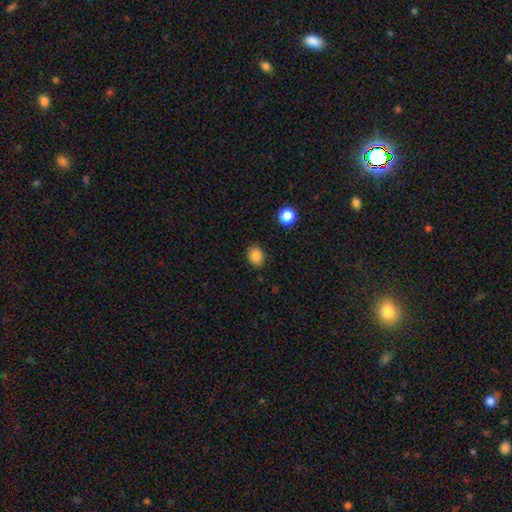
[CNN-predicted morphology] A smooth galaxy with no disk features (86%) that is round (52%).

Vote fractions:
- Smooth or featured? smooth: 86% / star or artifact: 10% / featured or disk: 4%
- How rounded? round: 52% / in between: 47% / cigar-shaped: 1%
- Merging? none: 88% / minor disturbance: 8% / major disturbance: 2% / merger: 2%